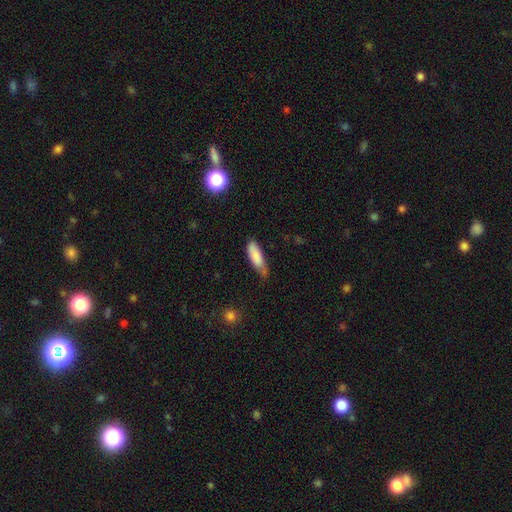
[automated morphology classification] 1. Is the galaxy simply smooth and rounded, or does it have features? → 83% smooth, 11% featured or disk, 6% star or artifact.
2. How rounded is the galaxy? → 52% in between, 47% cigar-shaped, 2% round.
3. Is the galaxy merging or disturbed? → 50% none, 38% minor disturbance, 8% major disturbance, 4% merger.